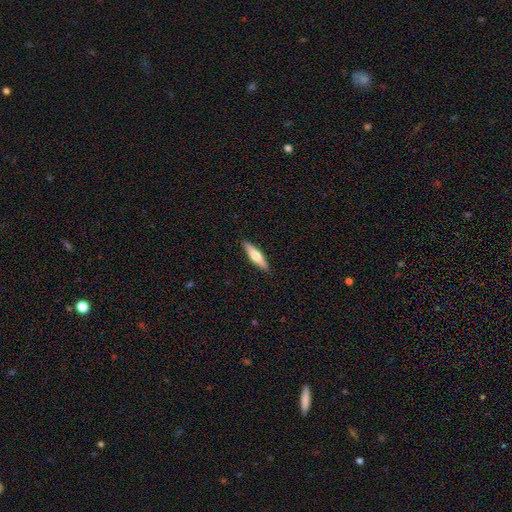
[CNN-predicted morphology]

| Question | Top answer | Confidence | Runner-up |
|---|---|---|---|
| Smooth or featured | smooth | 52% | featured or disk (43%) |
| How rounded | cigar-shaped | 74% | in between (24%) |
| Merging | none | 90% | minor disturbance (8%) |